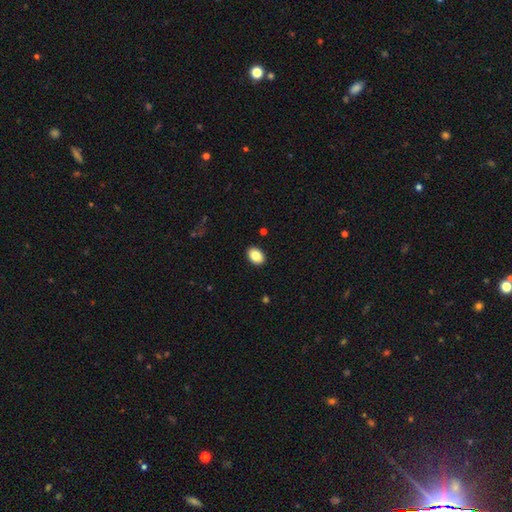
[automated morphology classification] This is clearly a smooth galaxy (86%). How rounded: clearly in between (80%). Merging: clearly none (90%).